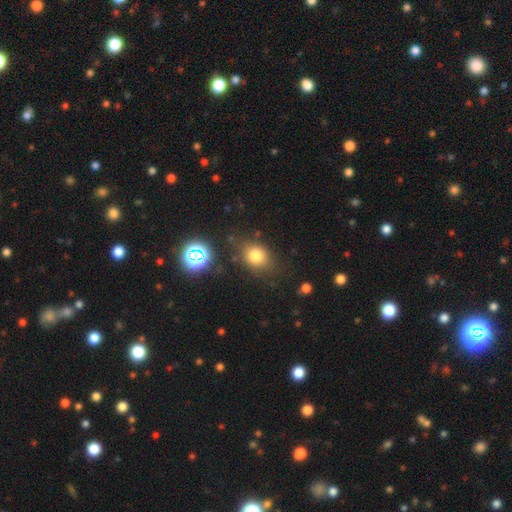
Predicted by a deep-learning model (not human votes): smooth-or-featured: smooth: 75% | star or artifact: 15% | featured or disk: 10%
  how-rounded: round: 55% | in between: 44% | cigar-shaped: 1%
  merging: none: 72% | minor disturbance: 17% | major disturbance: 6% | merger: 5%